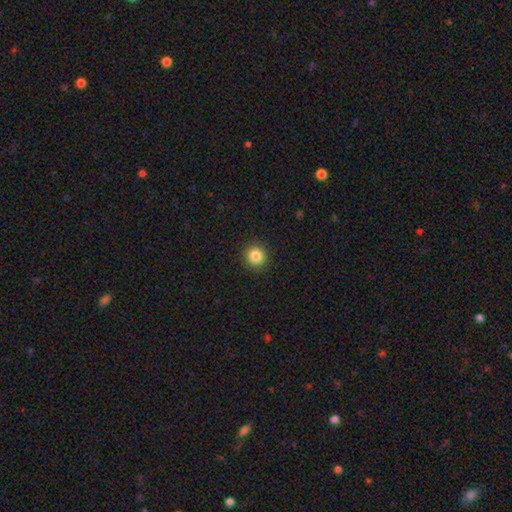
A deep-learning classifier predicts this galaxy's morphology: Smooth or featured? smooth (85%)
How rounded? round (91%)
Merging? none (91%)